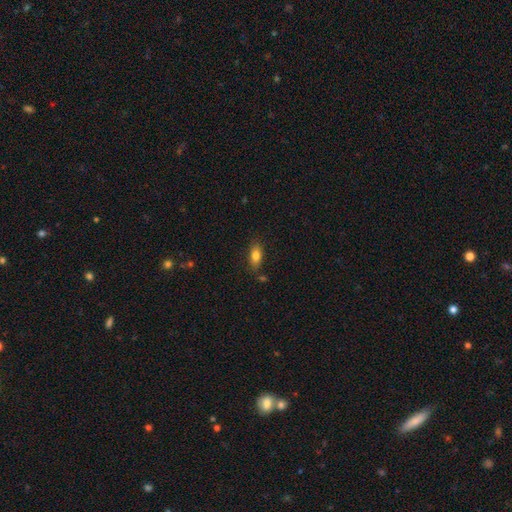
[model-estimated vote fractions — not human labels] Smooth or featured?
  - smooth: 81% *
  - featured or disk: 11%
  - star or artifact: 8%
How rounded?
  - in between: 84% *
  - cigar-shaped: 11%
  - round: 4%
Merging?
  - none: 80% *
  - minor disturbance: 14%
  - merger: 4%
  - major disturbance: 3%